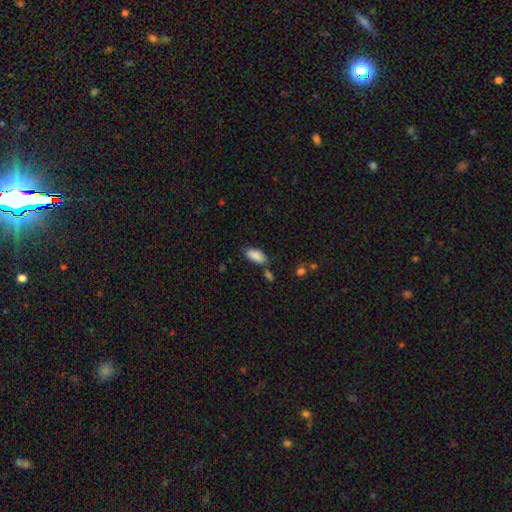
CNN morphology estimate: Overall: smooth (88%). How rounded: in between (88%). Merging: none (69%).